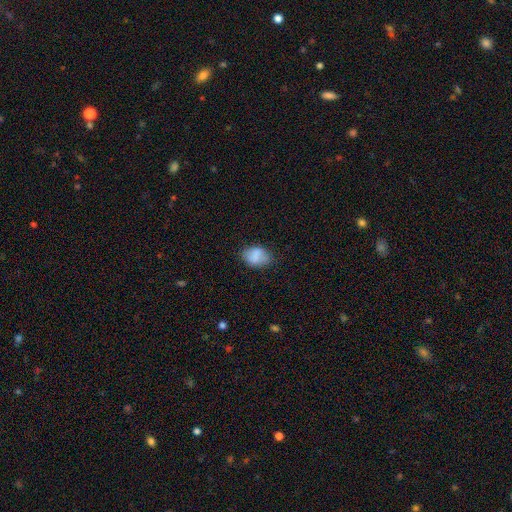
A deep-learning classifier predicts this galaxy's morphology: The model was most divided on "merging": none: 69%, minor disturbance: 23%, major disturbance: 6%, merger: 3%. More confident: smooth or featured — smooth (80%); how rounded — in between (74%).